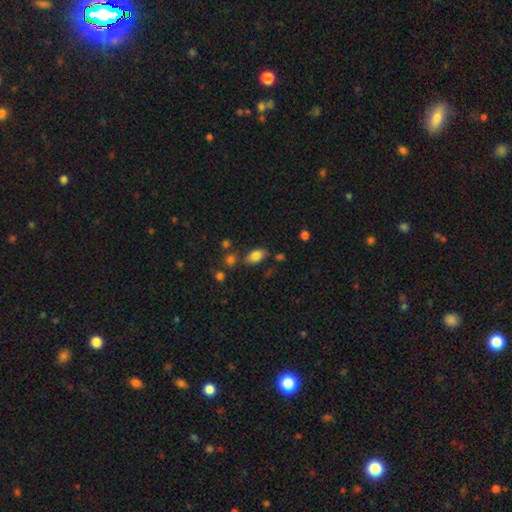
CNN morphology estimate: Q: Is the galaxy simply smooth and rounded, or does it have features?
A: smooth — 81%.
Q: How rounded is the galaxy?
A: in between — 89%.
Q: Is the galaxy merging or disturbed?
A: none — 72%.